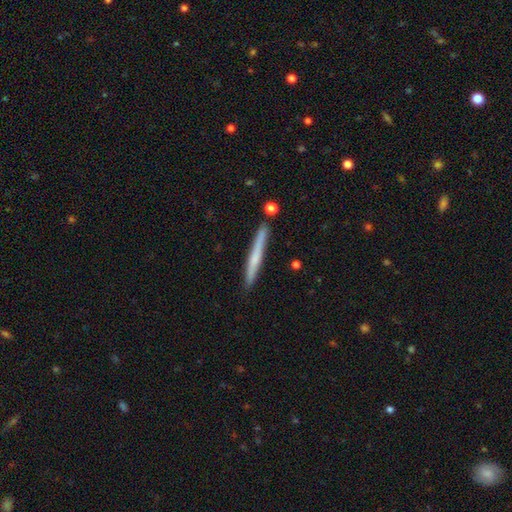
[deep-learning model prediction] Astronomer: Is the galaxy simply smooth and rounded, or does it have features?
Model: smooth — 52% (runner-up: featured or disk, 42%).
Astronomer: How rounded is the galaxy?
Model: cigar-shaped — 97%.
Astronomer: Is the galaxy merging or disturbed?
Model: none — 88%.